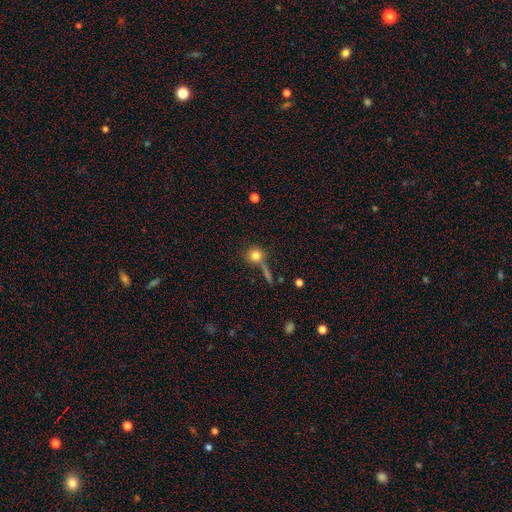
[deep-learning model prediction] smooth_or_featured: smooth (p=0.78) [alt: featured or disk p=0.11]
how_rounded: round (p=0.88) [alt: in between p=0.10]
merging: none (p=0.58) [alt: merger p=0.19]